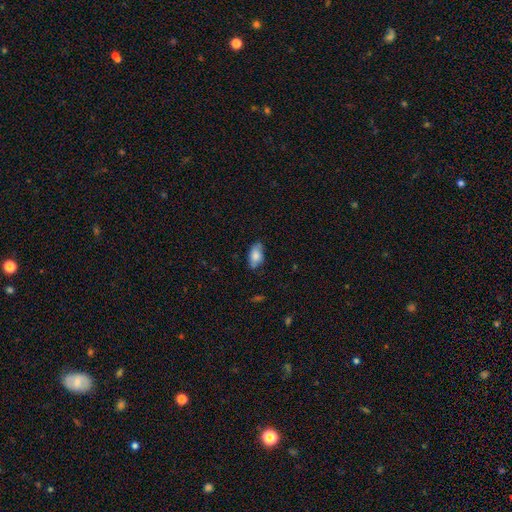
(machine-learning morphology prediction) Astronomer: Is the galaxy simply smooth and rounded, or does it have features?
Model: smooth — 78%.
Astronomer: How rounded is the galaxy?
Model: in between — 90%.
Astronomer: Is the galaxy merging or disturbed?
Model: none — 73%.